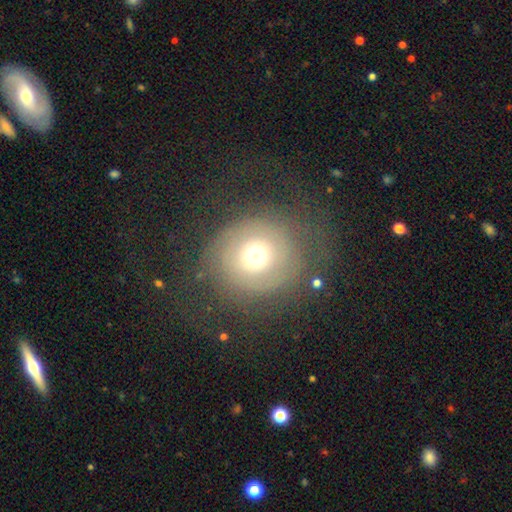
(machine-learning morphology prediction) Overall: smooth (54%; featured or disk 32%). How rounded: round (88%). Merging: none (65%).